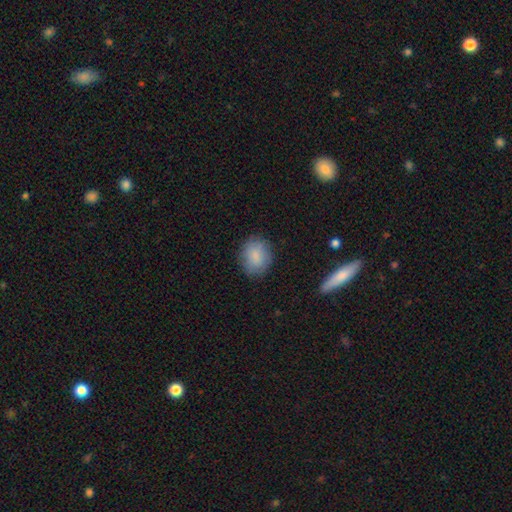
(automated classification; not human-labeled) smooth-or-featured: smooth: 85% | featured or disk: 8% | star or artifact: 7%
  how-rounded: round: 60% | in between: 39% | cigar-shaped: 1%
  merging: none: 82% | minor disturbance: 13% | major disturbance: 4% | merger: 1%